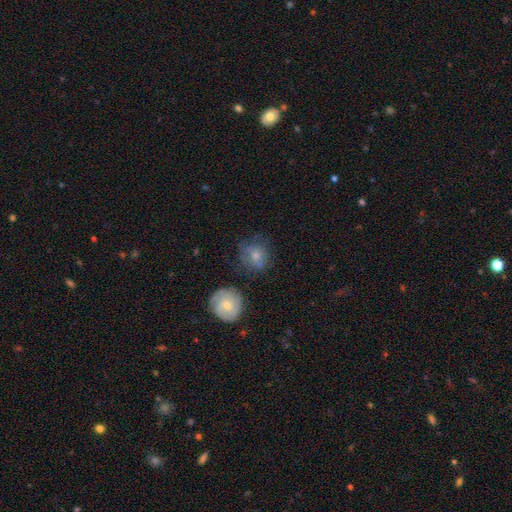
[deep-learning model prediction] Smooth or featured?
  - smooth: 66% *
  - featured or disk: 25%
  - star or artifact: 9%
How rounded?
  - round: 77% *
  - in between: 22%
  - cigar-shaped: 1%
Merging?
  - none: 60% *
  - minor disturbance: 22%
  - major disturbance: 11%
  - merger: 8%